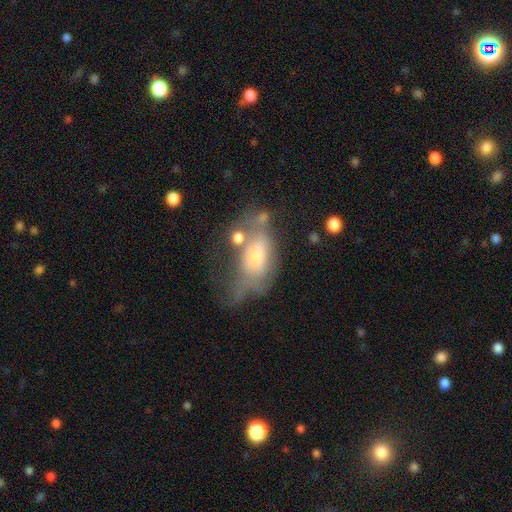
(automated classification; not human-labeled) Q: Smooth or featured?
A: smooth (49%); runner-up: featured or disk (42%)
Q: Merging?
A: major disturbance (39%); runner-up: minor disturbance (23%)